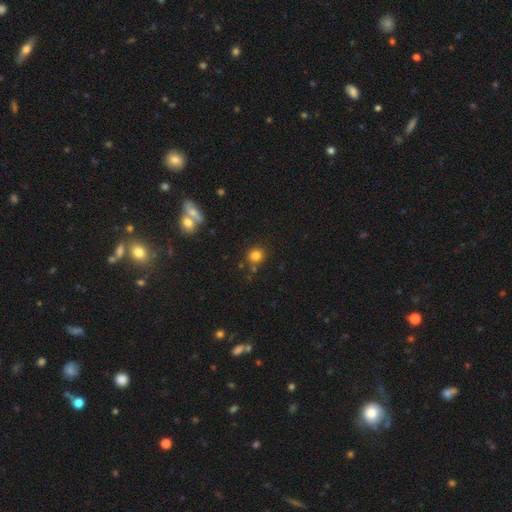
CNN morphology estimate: Smooth or featured?
  - smooth: 81% *
  - star or artifact: 13%
  - featured or disk: 6%
How rounded?
  - round: 91% *
  - in between: 8%
  - cigar-shaped: 1%
Merging?
  - none: 80% *
  - merger: 9%
  - minor disturbance: 9%
  - major disturbance: 3%